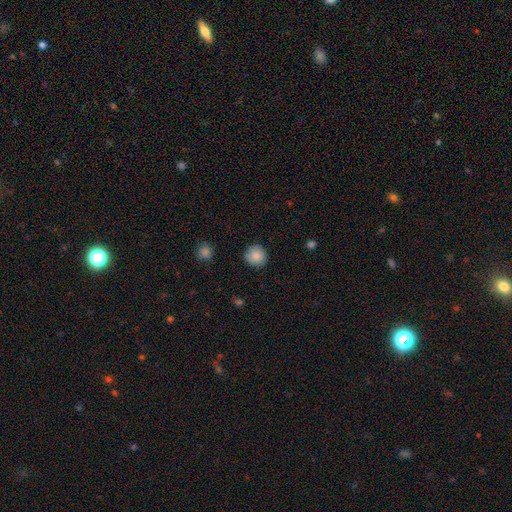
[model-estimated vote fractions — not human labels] A smooth galaxy with no disk features (86%) that is round (93%). Merging: none (89%).